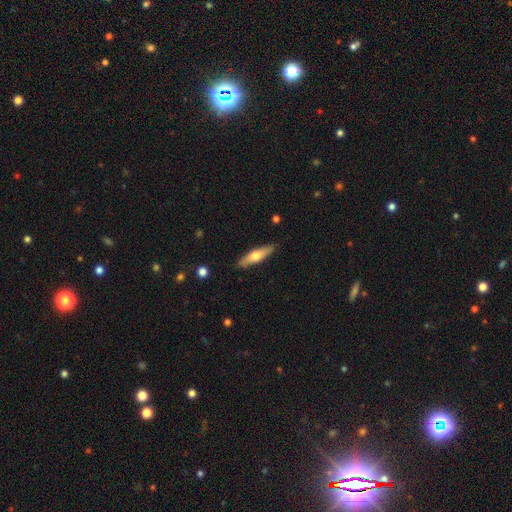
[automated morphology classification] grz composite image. It shows a smooth galaxy with no disk features (54%) that is cigar-shaped (73%). Merging: none (87%).